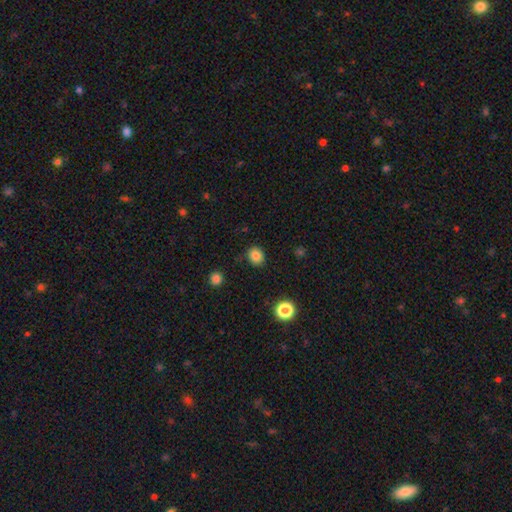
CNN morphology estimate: Q: Smooth or featured?
A: smooth (84%); runner-up: star or artifact (12%)
Q: How rounded?
A: round (70%); runner-up: in between (30%)
Q: Merging?
A: none (85%); runner-up: minor disturbance (11%)